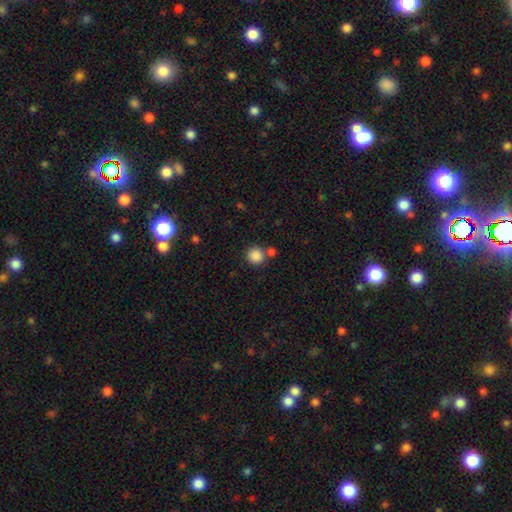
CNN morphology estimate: Smooth or featured? Predicted: smooth (p=0.87). How rounded? Predicted: round (p=0.91). Merging? Predicted: none (p=0.71).